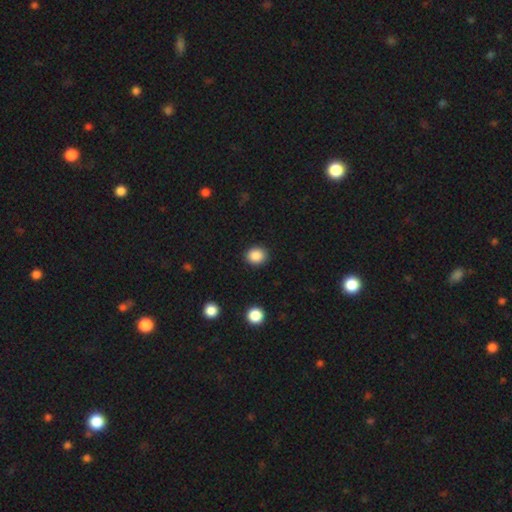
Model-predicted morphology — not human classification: This is clearly a smooth galaxy (87%). How rounded: likely round (73%). Merging: clearly none (90%).